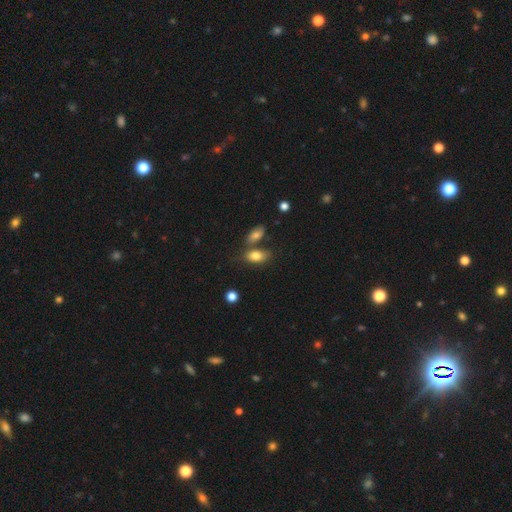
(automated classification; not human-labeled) smooth_or_featured: smooth (p=0.81) [alt: featured or disk p=0.11]
how_rounded: in between (p=0.88) [alt: round p=0.07]
merging: none (p=0.58) [alt: merger p=0.24]